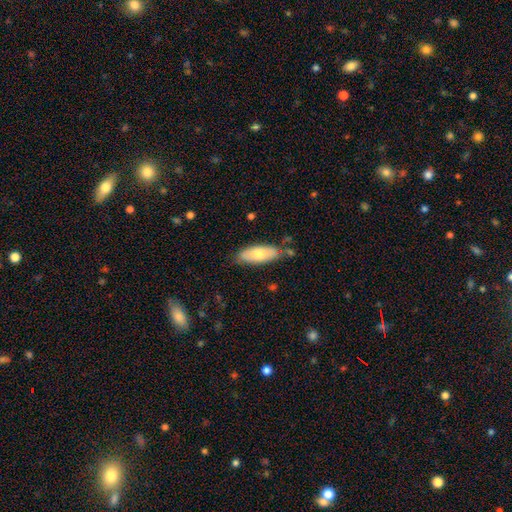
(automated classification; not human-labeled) Morphology: type=smooth (68%); roundness=in between (75%); merging=none (76%).